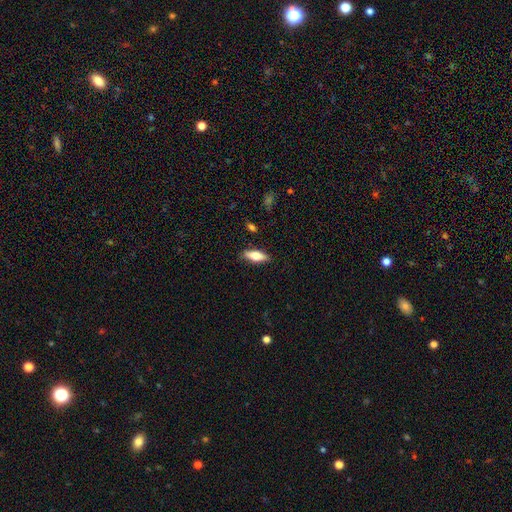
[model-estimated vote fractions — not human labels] Smooth or featured?
  - smooth: 68% *
  - featured or disk: 26%
  - star or artifact: 6%
How rounded?
  - in between: 66% *
  - cigar-shaped: 32%
  - round: 2%
Merging?
  - none: 85% *
  - minor disturbance: 11%
  - major disturbance: 2%
  - merger: 2%